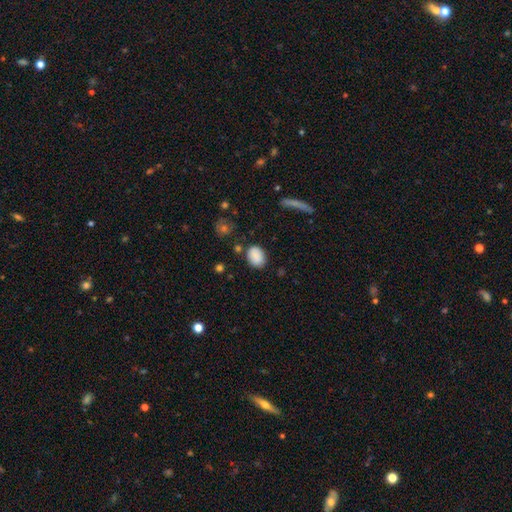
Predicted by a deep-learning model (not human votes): This appears to be a smooth galaxy with no disk features (86%) that is in between round and cigar-shaped (69%). Merging: none (80%).